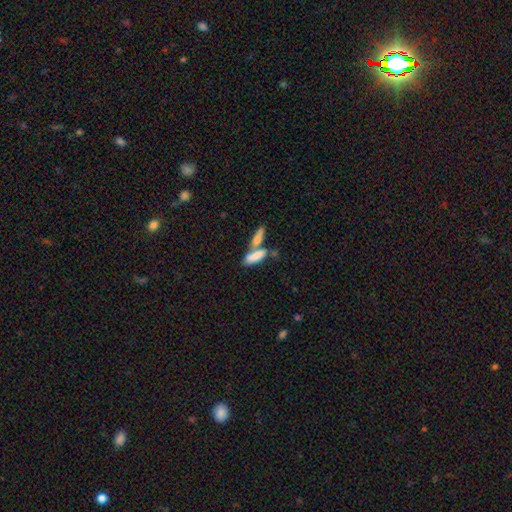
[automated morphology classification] The model was most divided on "how rounded": in between: 60%, cigar-shaped: 37%, round: 3%. More confident: smooth or featured — smooth (78%); merging — merger (58%).